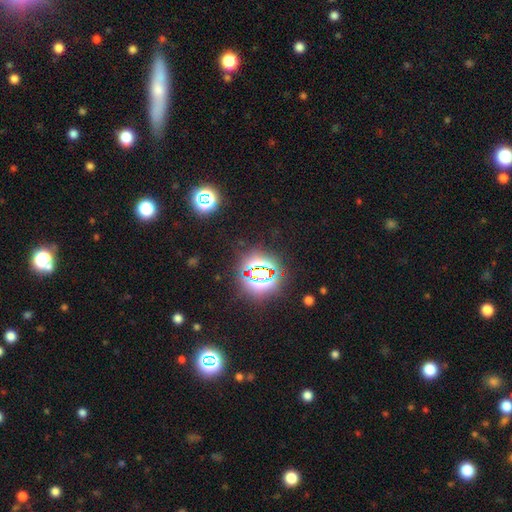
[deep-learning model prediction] This is likely a star or artifact rather than a galaxy (76%).